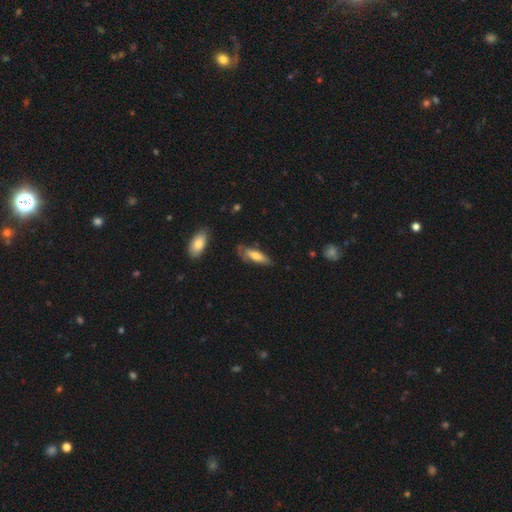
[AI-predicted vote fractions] A smooth galaxy with no disk features (66%) that is in between round and cigar-shaped (51%). Merging: none (59%).